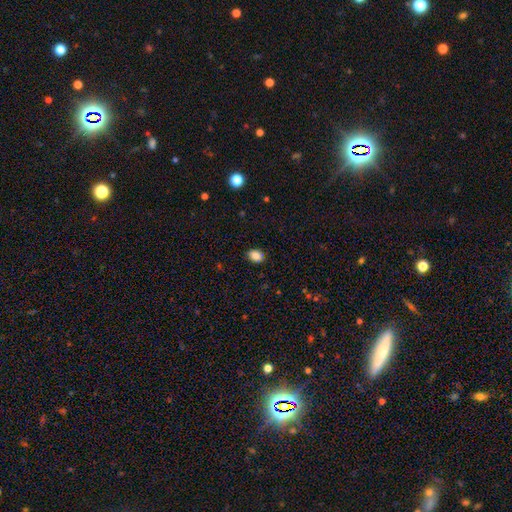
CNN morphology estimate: This is clearly a smooth galaxy (84%). How rounded: possibly in between (58%). Merging: clearly none (87%).